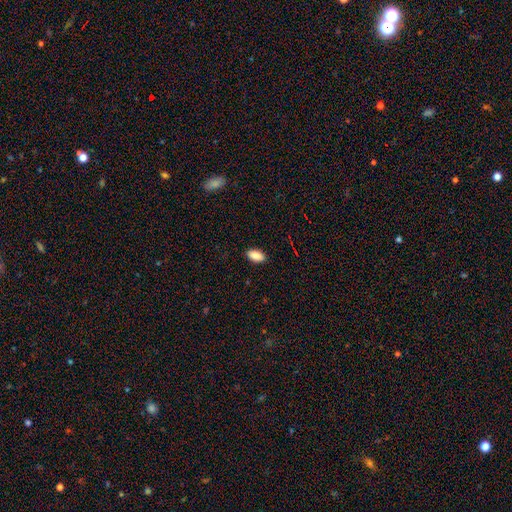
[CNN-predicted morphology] A smooth galaxy with no disk features (88%) that is in between round and cigar-shaped (92%).

Vote fractions:
- Smooth or featured? smooth: 88% / star or artifact: 7% / featured or disk: 4%
- How rounded? in between: 92% / cigar-shaped: 5% / round: 3%
- Merging? none: 89% / minor disturbance: 8% / major disturbance: 2% / merger: 1%